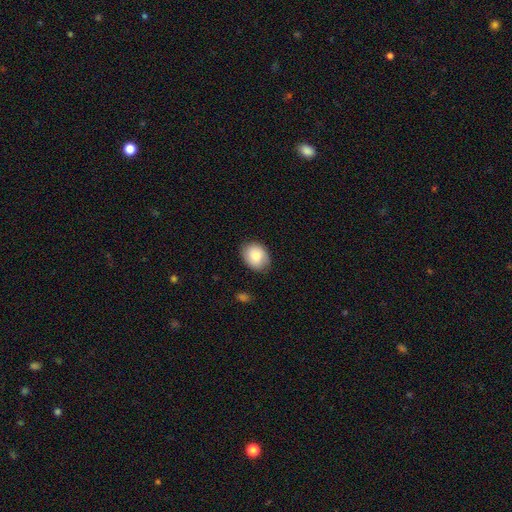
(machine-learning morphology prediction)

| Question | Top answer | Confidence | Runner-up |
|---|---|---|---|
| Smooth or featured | smooth | 82% | featured or disk (11%) |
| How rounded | in between | 58% | round (41%) |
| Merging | none | 83% | minor disturbance (13%) |